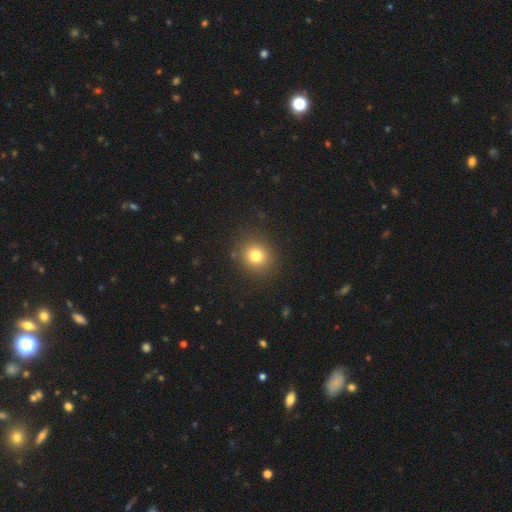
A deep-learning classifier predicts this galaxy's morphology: Smooth or featured?
  - smooth: 78% *
  - star or artifact: 14%
  - featured or disk: 8%
How rounded?
  - round: 84% *
  - in between: 15%
  - cigar-shaped: 1%
Merging?
  - none: 88% *
  - minor disturbance: 8%
  - major disturbance: 3%
  - merger: 1%